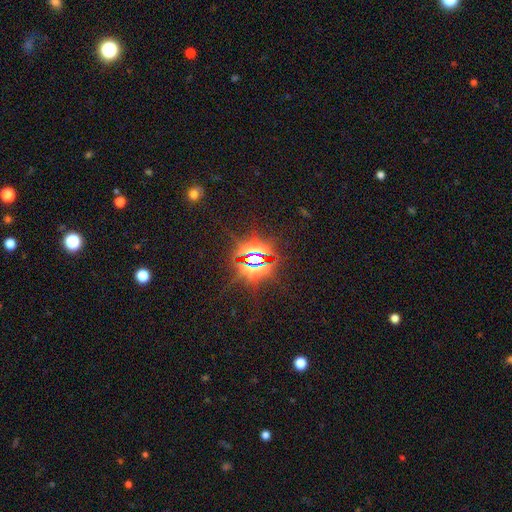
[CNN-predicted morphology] This appears to be a star or artifact, not a galaxy (84%).